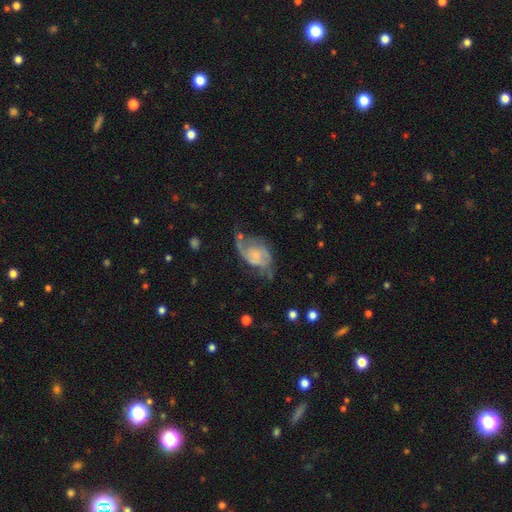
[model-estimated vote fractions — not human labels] Q: Smooth or featured?
A: featured or disk (78%); runner-up: smooth (16%)
Q: Edge-on disk?
A: no (97%); runner-up: yes (3%)
Q: Bar?
A: no (65%); runner-up: weak (30%)
Q: Spiral arms?
A: yes (91%); runner-up: no (9%)
Q: Spiral winding?
A: medium (42%); runner-up: loose (41%)
Q: Spiral arm count?
A: 2 (77%); runner-up: 1 (9%)
Q: Bulge size?
A: small (56%); runner-up: none (20%)
Q: Merging?
A: none (43%); runner-up: major disturbance (28%)